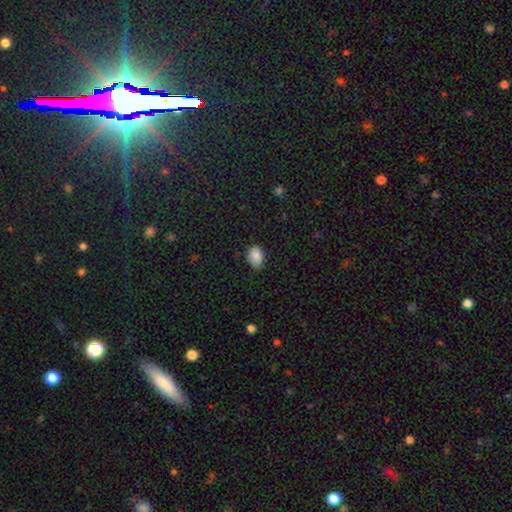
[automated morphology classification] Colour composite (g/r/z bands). It shows a smooth galaxy with no disk features (88%) that is in between round and cigar-shaped (82%). Merging: none (76%).